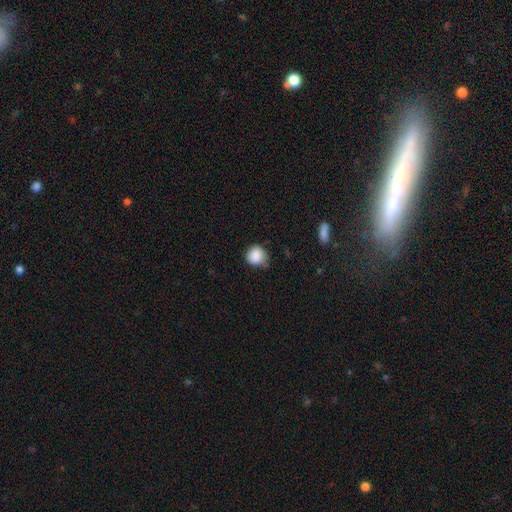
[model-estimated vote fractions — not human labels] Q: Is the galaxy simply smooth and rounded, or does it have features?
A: smooth — 87%.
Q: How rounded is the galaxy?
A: round — 86%.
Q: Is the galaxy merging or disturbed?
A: none — 64%.